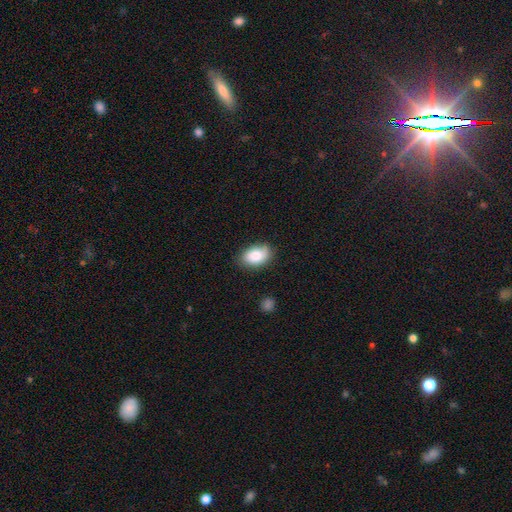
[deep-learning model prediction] smooth 83%, featured or disk 10%, star or artifact 7%. Down the decision tree: how rounded — in between (91%); merging — none (77%).